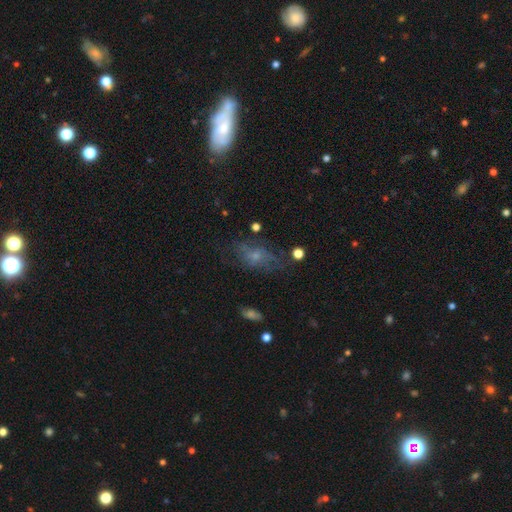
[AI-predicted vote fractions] Smooth or featured?
  - smooth: 42% *
  - featured or disk: 40%
  - star or artifact: 18%
Merging?
  - none: 54% *
  - minor disturbance: 23%
  - major disturbance: 19%
  - merger: 3%